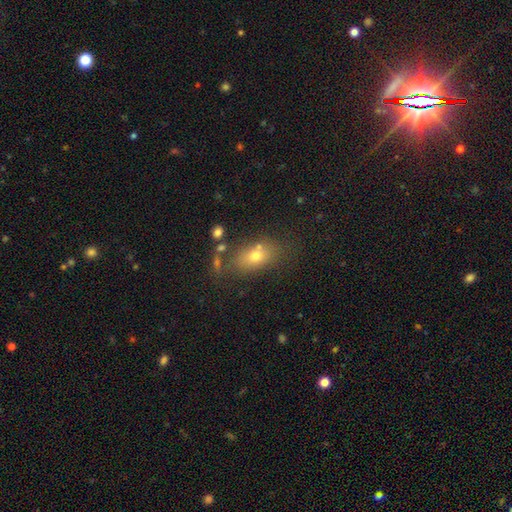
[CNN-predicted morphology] Q: Smooth or featured?
A: smooth (69%); runner-up: featured or disk (18%)
Q: How rounded?
A: in between (77%); runner-up: round (18%)
Q: Merging?
A: none (66%); runner-up: minor disturbance (16%)